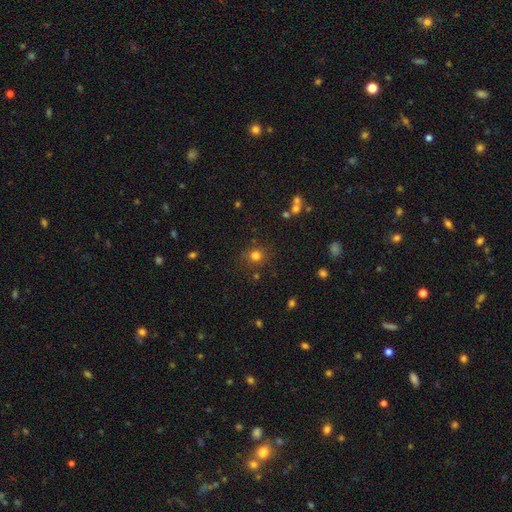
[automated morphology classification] Q: Smooth or featured?
A: smooth (77%); runner-up: star or artifact (17%)
Q: How rounded?
A: round (86%); runner-up: in between (13%)
Q: Merging?
A: none (80%); runner-up: minor disturbance (12%)